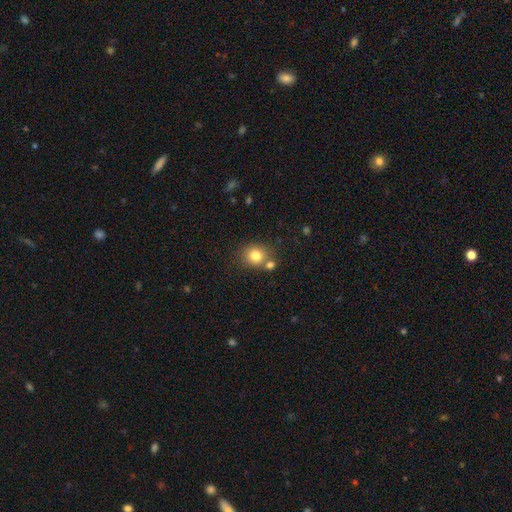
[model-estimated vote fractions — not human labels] smooth 81%, star or artifact 11%, featured or disk 8%. Down the decision tree: how rounded — round (80%); merging — none (67%).